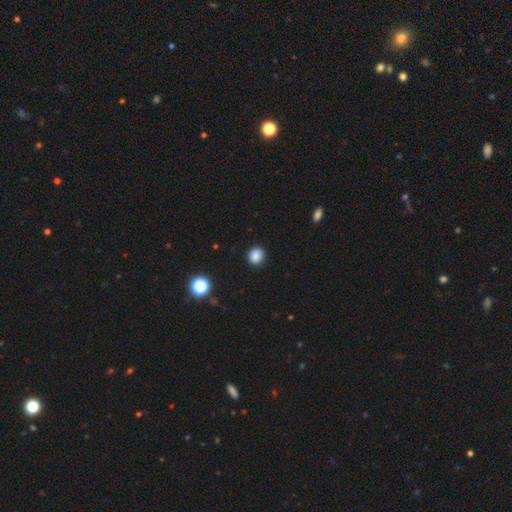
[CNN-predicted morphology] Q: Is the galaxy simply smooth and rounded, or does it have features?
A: smooth — 85%.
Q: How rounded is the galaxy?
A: round — 83%.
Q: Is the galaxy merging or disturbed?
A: none — 89%.